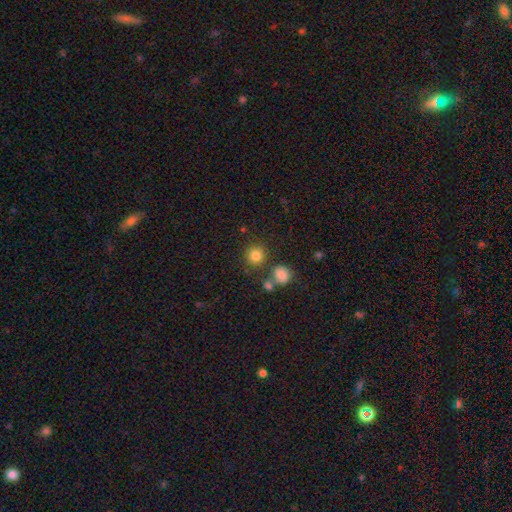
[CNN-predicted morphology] Smooth or featured? smooth (82%)
How rounded? round (91%)
Merging? none (76%)